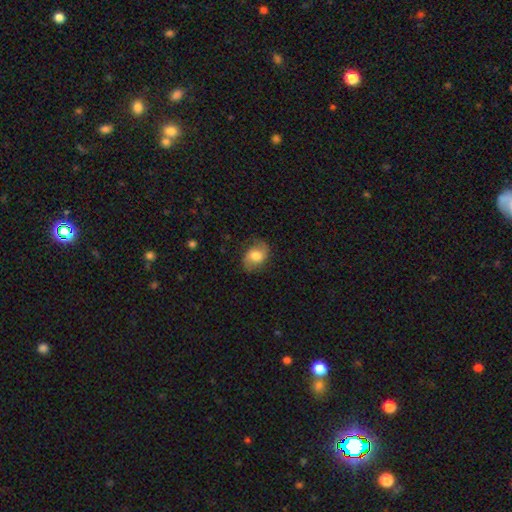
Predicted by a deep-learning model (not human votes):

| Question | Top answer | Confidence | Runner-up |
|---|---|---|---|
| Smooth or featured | smooth | 50% | featured or disk (42%) |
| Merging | none | 73% | minor disturbance (19%) |